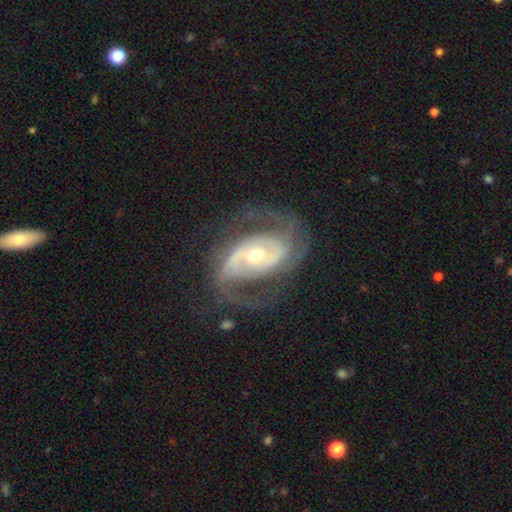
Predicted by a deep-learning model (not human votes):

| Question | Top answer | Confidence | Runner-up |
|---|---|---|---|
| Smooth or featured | featured or disk | 89% | smooth (6%) |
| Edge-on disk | no | 96% | yes (4%) |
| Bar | no | 39% | weak (33%) |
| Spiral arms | yes | 94% | no (6%) |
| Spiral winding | medium | 50% | tight (30%) |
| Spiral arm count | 2 | 84% | can't tell (6%) |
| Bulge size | moderate | 58% | small (36%) |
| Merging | none | 69% | minor disturbance (16%) |